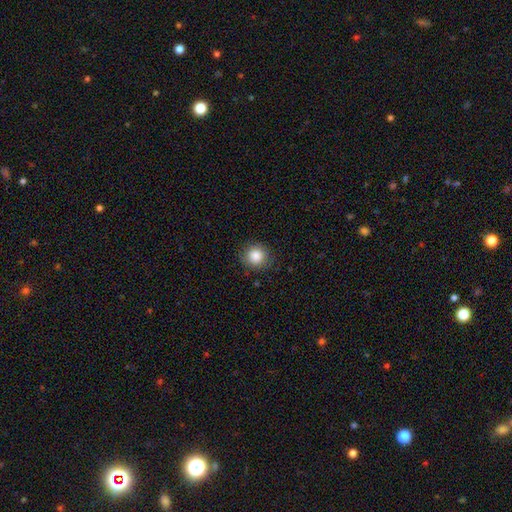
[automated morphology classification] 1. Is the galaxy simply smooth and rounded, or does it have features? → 85% smooth, 9% star or artifact, 6% featured or disk.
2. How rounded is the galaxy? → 90% round, 9% in between, 1% cigar-shaped.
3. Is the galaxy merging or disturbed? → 86% none, 10% minor disturbance, 3% major disturbance, 1% merger.